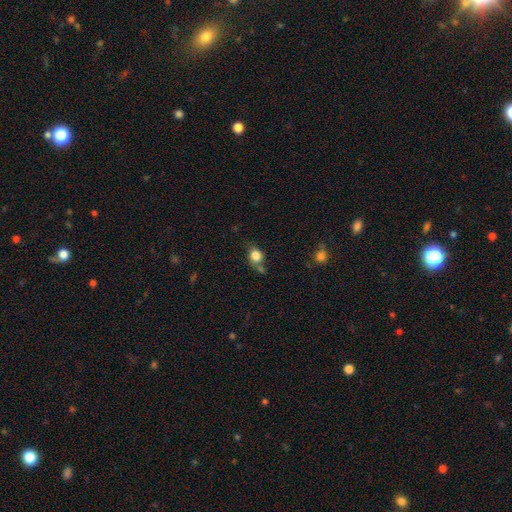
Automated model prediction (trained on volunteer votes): This is clearly a smooth galaxy (81%). How rounded: possibly round (59%). Merging: possibly none (52%).